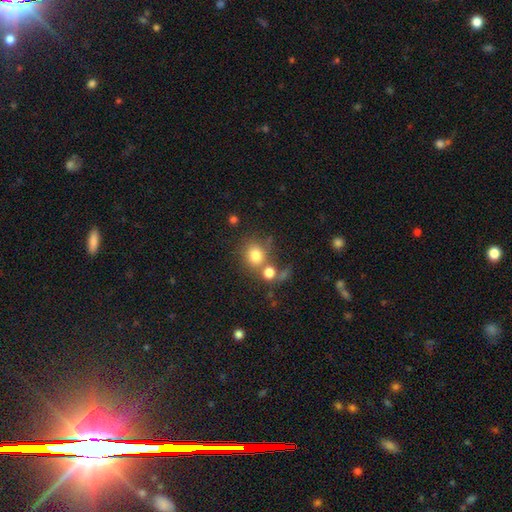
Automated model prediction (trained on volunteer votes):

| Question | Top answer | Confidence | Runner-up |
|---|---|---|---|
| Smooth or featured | smooth | 78% | star or artifact (12%) |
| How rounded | round | 76% | in between (23%) |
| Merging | none | 51% | merger (31%) |